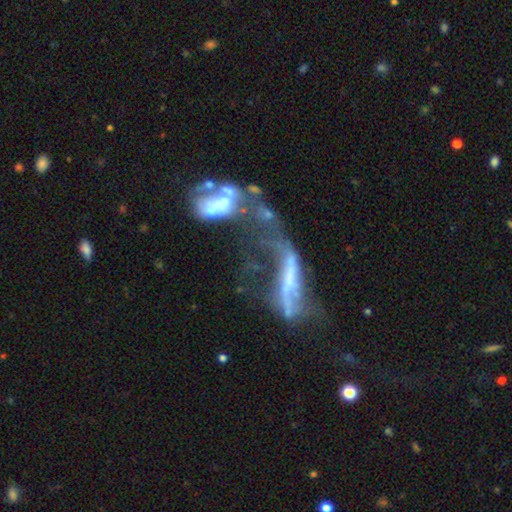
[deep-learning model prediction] smooth_or_featured: featured or disk (p=0.62) [alt: smooth p=0.22]
disk_edge_on: no (p=0.77) [alt: yes p=0.23]
merging: merger (p=0.60) [alt: major disturbance p=0.22]